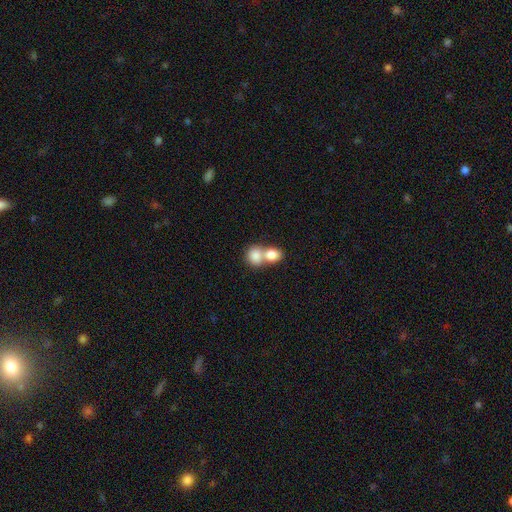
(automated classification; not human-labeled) This is clearly a smooth galaxy (82%). How rounded: possibly round (57%). Merging: likely merger (70%).